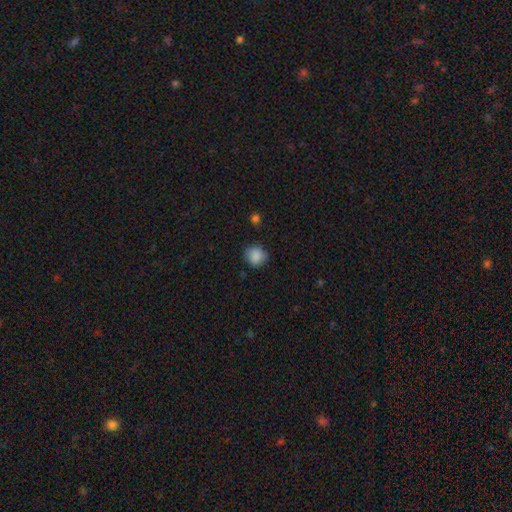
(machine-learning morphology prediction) Smooth or featured? Predicted: smooth (p=0.87). How rounded? Predicted: round (p=0.83). Merging? Predicted: none (p=0.81).